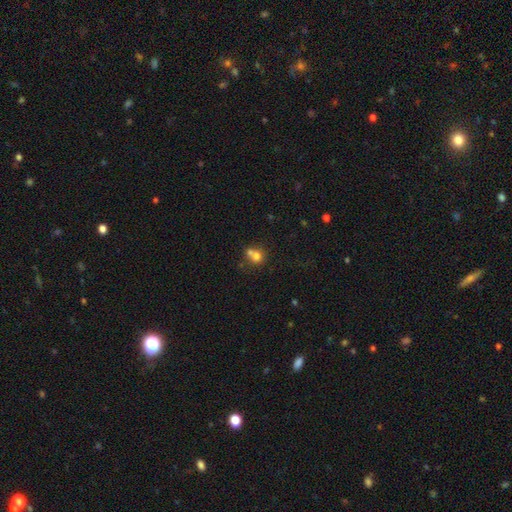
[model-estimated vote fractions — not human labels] This appears to be a smooth galaxy with no disk features (70%) that is round (79%). Merging: merger (54%).